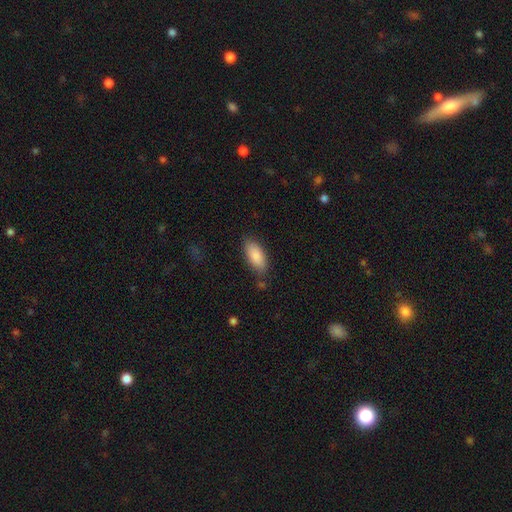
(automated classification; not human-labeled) The model was most divided on "merging": none: 78%, minor disturbance: 16%, major disturbance: 3%, merger: 3%. More confident: how rounded — in between (88%); smooth or featured — smooth (87%).